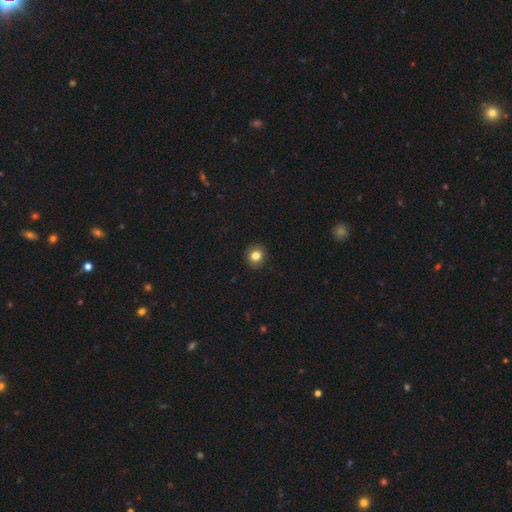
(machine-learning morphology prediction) smooth 82%, star or artifact 11%, featured or disk 7%. Down the decision tree: how rounded — round (86%); merging — none (91%).